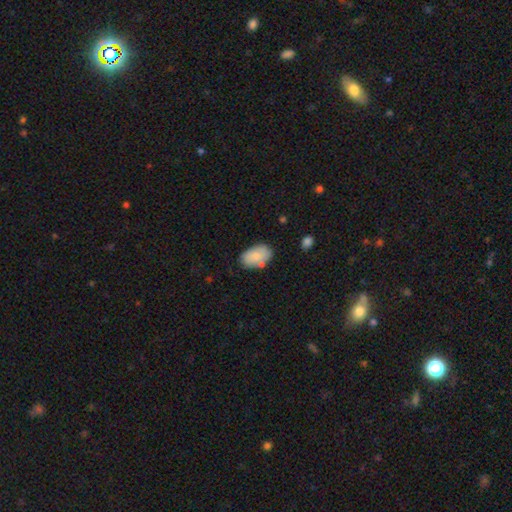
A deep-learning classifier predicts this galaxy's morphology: This is likely a smooth galaxy (79%). How rounded: clearly in between (92%). Merging: likely none (68%).